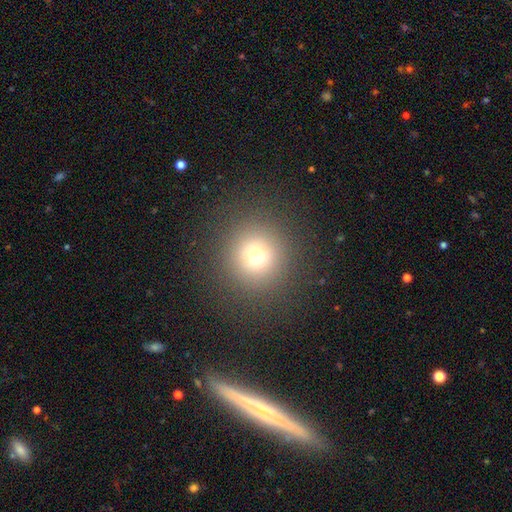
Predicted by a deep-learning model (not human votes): Smooth or featured? smooth (71%)
How rounded? round (93%)
Merging? none (89%)